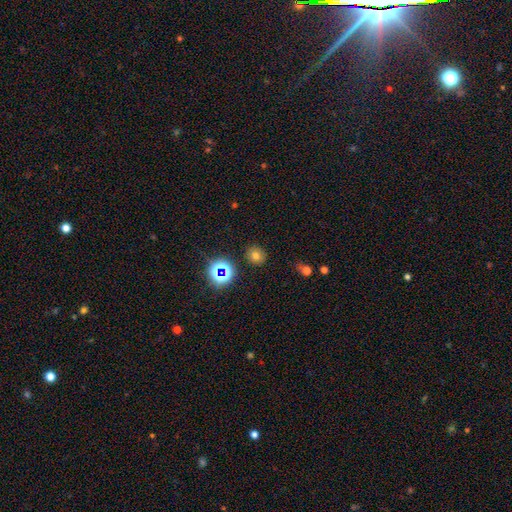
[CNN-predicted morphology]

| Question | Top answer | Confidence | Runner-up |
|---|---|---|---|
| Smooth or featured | smooth | 70% | star or artifact (21%) |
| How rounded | round | 79% | in between (20%) |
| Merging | none | 87% | minor disturbance (8%) |